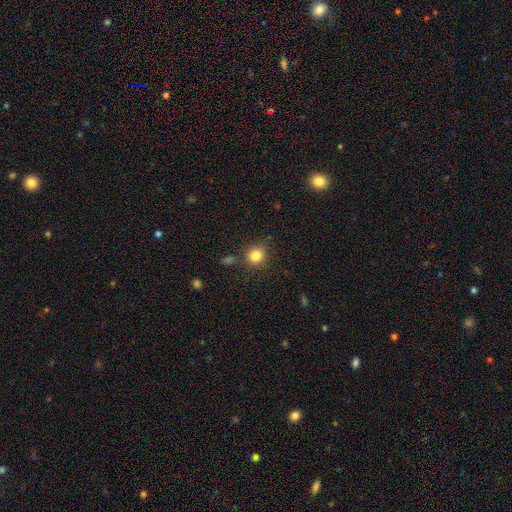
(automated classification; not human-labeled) Smooth or featured?
  - smooth: 84% *
  - star or artifact: 11%
  - featured or disk: 5%
How rounded?
  - round: 85% *
  - in between: 14%
  - cigar-shaped: 1%
Merging?
  - none: 81% *
  - minor disturbance: 11%
  - merger: 5%
  - major disturbance: 3%